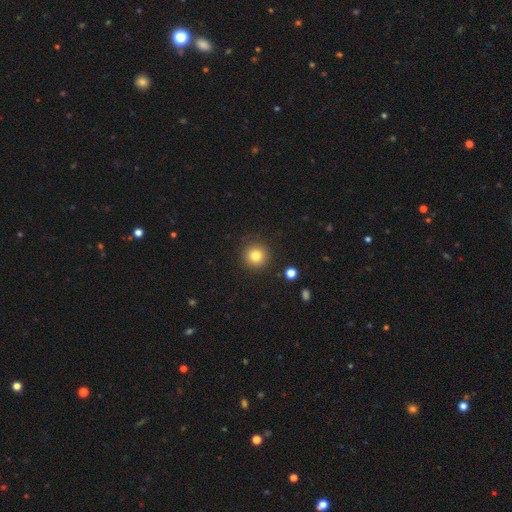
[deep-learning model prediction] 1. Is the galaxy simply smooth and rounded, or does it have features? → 81% smooth, 12% star or artifact, 8% featured or disk.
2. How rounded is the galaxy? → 95% round, 4% in between, 1% cigar-shaped.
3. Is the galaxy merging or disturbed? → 90% none, 6% minor disturbance, 2% major disturbance, 2% merger.